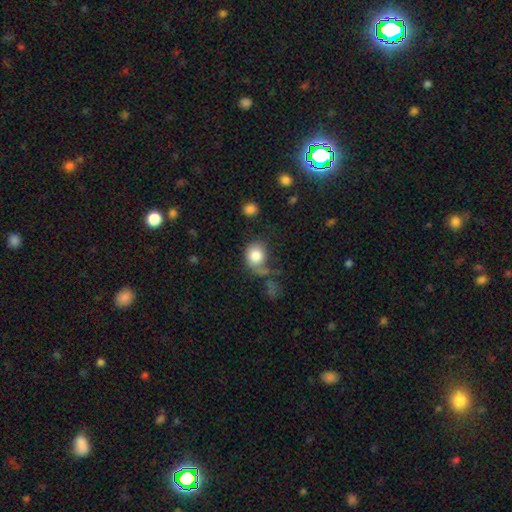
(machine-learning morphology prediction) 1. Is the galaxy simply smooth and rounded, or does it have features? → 81% smooth, 11% featured or disk, 8% star or artifact.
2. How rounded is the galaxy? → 67% round, 32% in between, 1% cigar-shaped.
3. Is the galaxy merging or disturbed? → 42% none, 25% major disturbance, 20% minor disturbance, 13% merger.